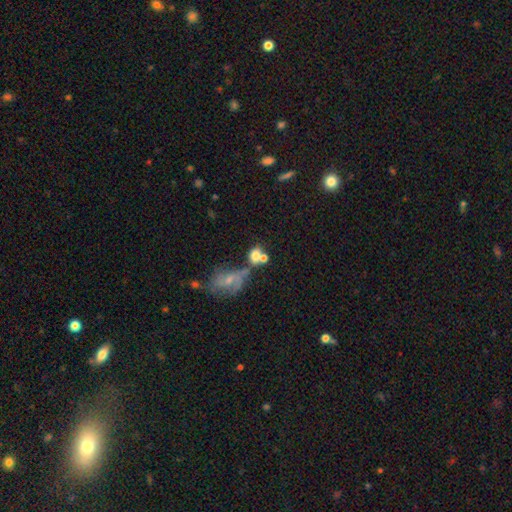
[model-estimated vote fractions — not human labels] This is likely a smooth galaxy (67%). How rounded: possibly in between (54%). Merging: possibly merger (45%).